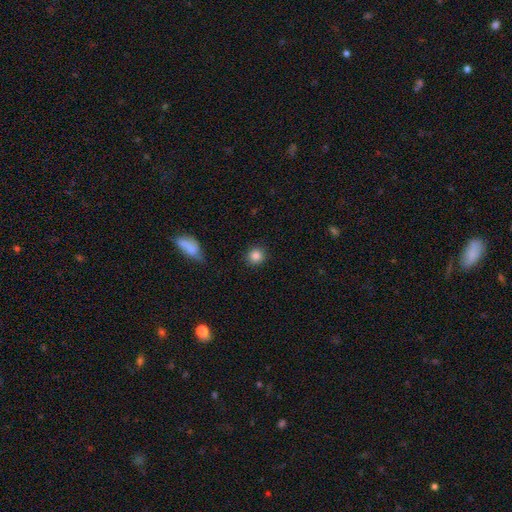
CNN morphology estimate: Smooth or featured?
  - smooth: 85% *
  - star or artifact: 10%
  - featured or disk: 5%
How rounded?
  - round: 91% *
  - in between: 8%
  - cigar-shaped: 1%
Merging?
  - none: 89% *
  - minor disturbance: 7%
  - major disturbance: 2%
  - merger: 2%